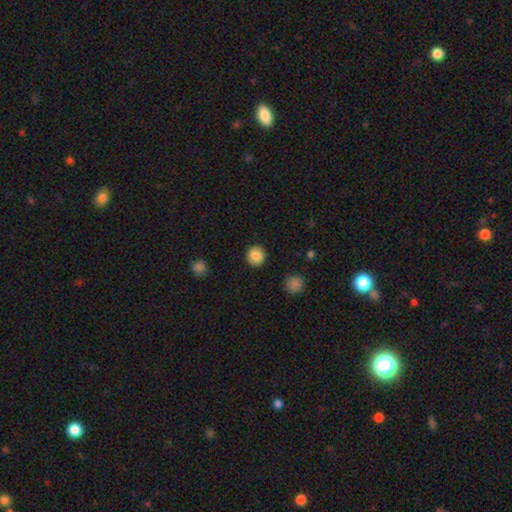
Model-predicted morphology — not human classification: Q: Smooth or featured?
A: smooth (86%); runner-up: star or artifact (9%)
Q: How rounded?
A: round (93%); runner-up: in between (6%)
Q: Merging?
A: none (91%); runner-up: minor disturbance (5%)